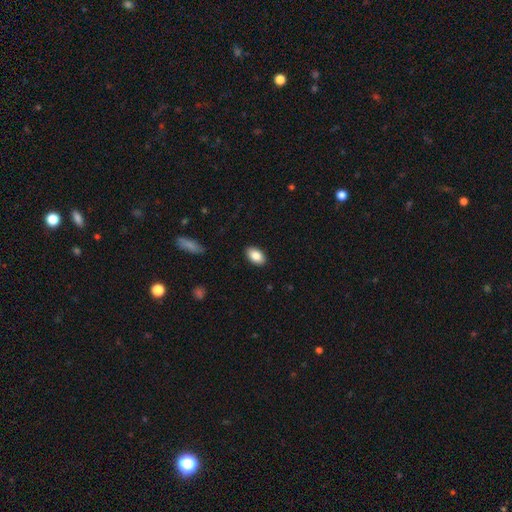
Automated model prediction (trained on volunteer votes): smooth-or-featured: smooth: 86% | featured or disk: 7% | star or artifact: 7%
  how-rounded: in between: 92% | round: 6% | cigar-shaped: 1%
  merging: none: 89% | minor disturbance: 8% | major disturbance: 2% | merger: 1%